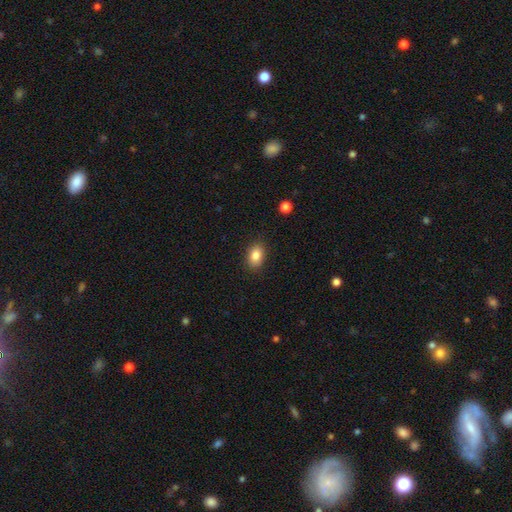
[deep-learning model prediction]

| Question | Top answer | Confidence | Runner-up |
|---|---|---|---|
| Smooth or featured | smooth | 85% | star or artifact (9%) |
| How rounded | in between | 81% | round (17%) |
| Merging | none | 87% | minor disturbance (9%) |